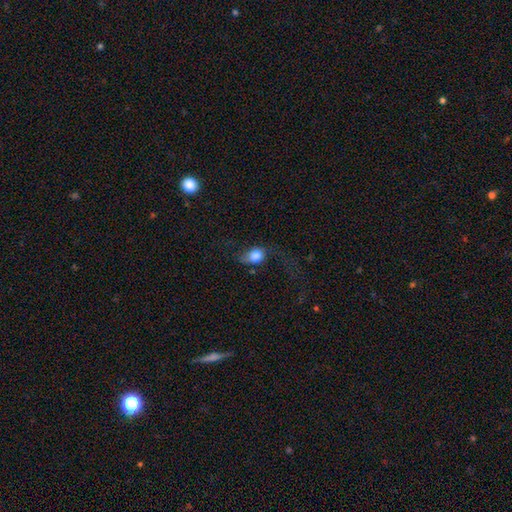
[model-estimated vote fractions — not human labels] Morphology: type=smooth (73%); roundness=round (50%); merging=none (38%).